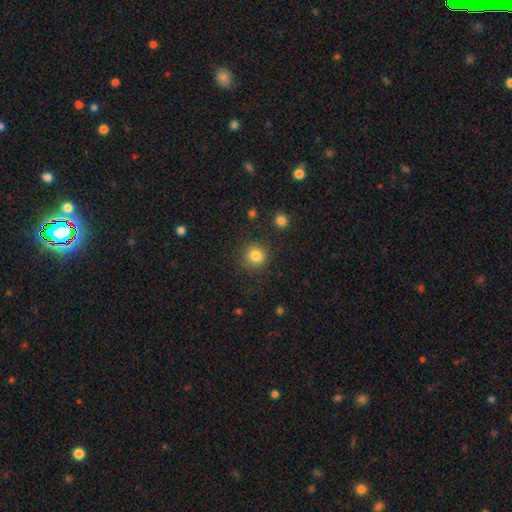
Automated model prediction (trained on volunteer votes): Smooth or featured? smooth (83%)
How rounded? round (92%)
Merging? none (86%)